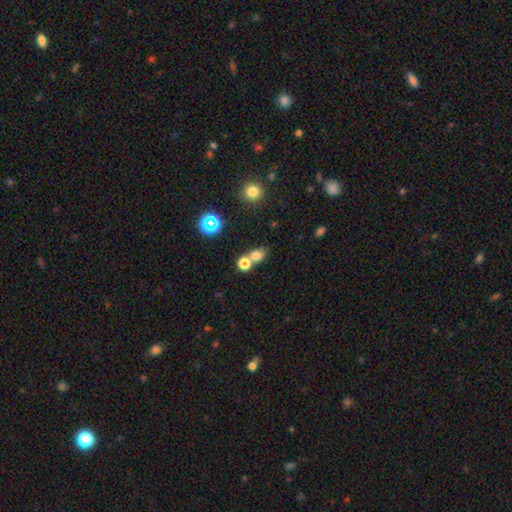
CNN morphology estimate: type=smooth (72%); roundness=in between (51%); merging=none (46%).